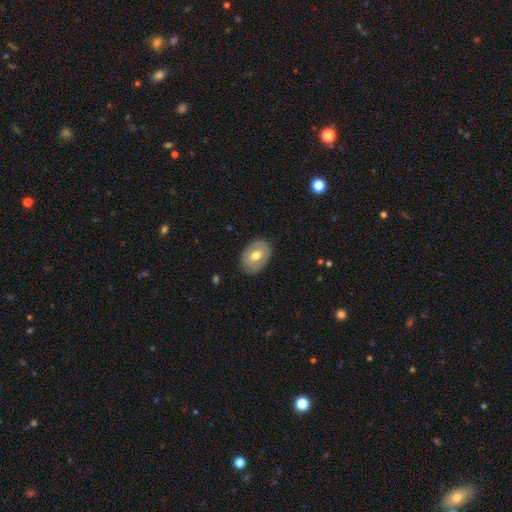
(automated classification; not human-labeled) A smooth galaxy with no disk features (60%) that is in between round and cigar-shaped (75%). Merging: none (84%).